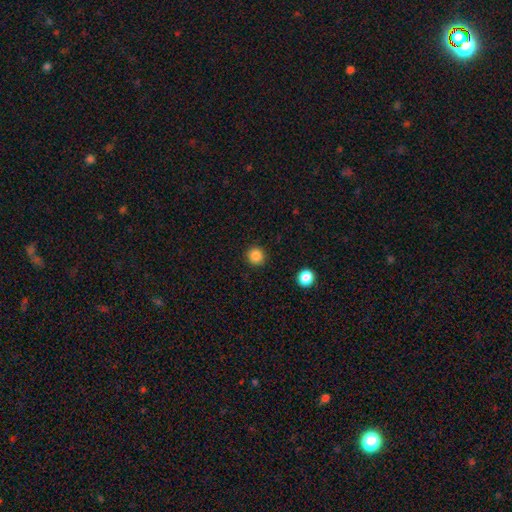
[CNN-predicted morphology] smooth 86%, star or artifact 11%, featured or disk 3%. Down the decision tree: how rounded — round (95%); merging — none (92%).